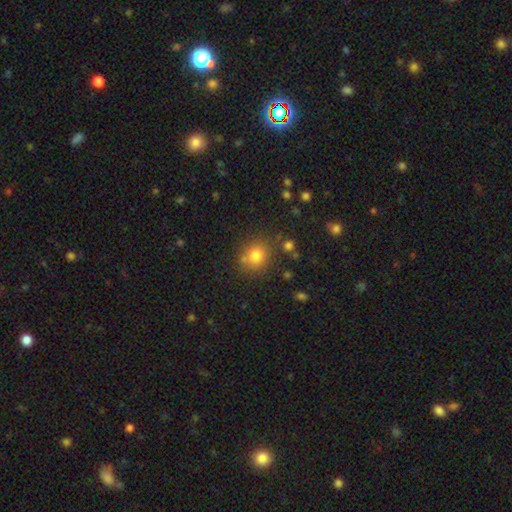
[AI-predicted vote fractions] Smooth or featured: smooth — 78% (star or artifact — 14%)
How rounded: round — 78% (in between — 21%)
Merging: none — 75% (minor disturbance — 12%)